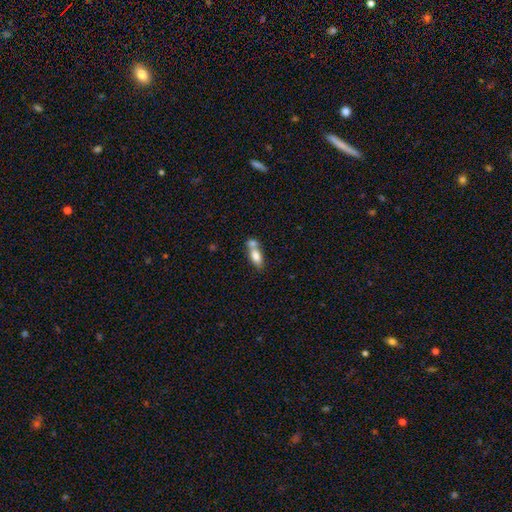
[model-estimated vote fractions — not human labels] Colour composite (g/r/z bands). It shows a smooth galaxy with no disk features (76%) that is in between round and cigar-shaped (80%). Merging: merger (56%).